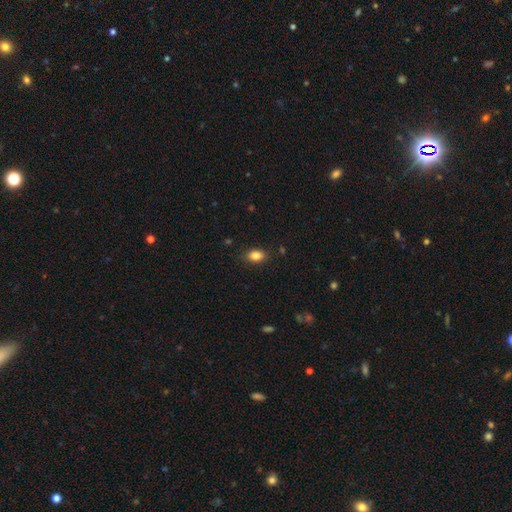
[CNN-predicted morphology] type=smooth (84%); roundness=in between (85%); merging=none (84%).